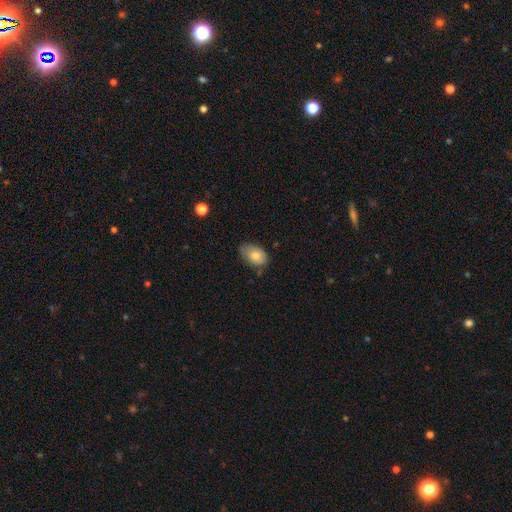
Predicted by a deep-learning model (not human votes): The model was most divided on "merging": none: 60%, minor disturbance: 32%, major disturbance: 6%, merger: 2%. More confident: how rounded — in between (87%); smooth or featured — smooth (80%).